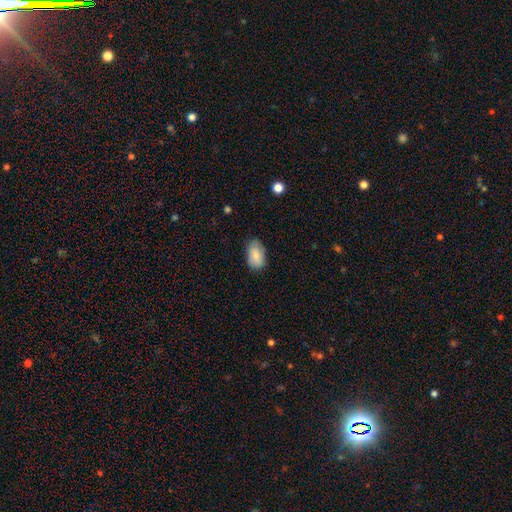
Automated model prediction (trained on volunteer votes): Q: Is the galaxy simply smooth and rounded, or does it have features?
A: smooth — 82%.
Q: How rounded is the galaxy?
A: in between — 92%.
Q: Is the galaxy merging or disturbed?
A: none — 76%.